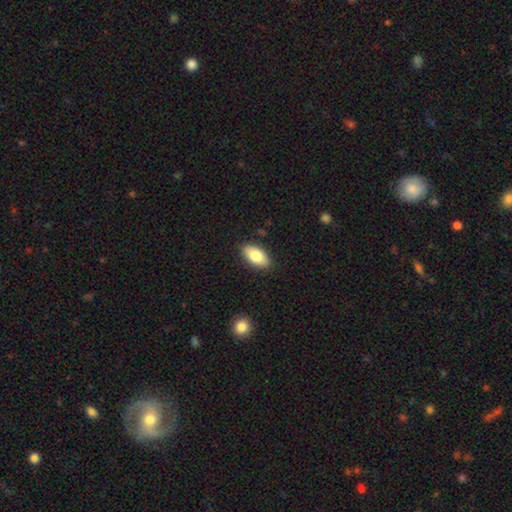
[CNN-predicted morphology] smooth 82%, featured or disk 12%, star or artifact 7%. Down the decision tree: how rounded — in between (93%); merging — none (88%).